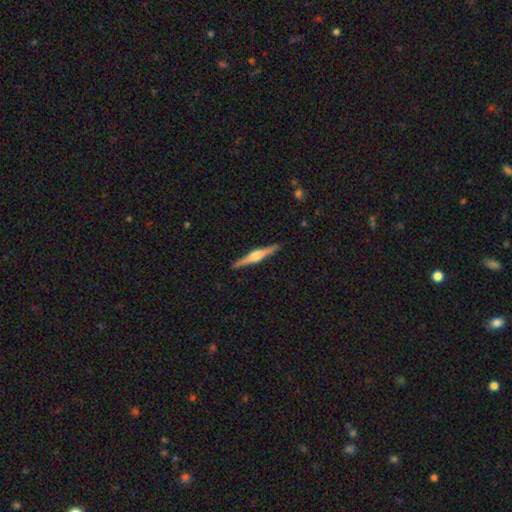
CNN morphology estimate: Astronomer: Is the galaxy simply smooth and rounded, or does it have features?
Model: featured or disk — 77%.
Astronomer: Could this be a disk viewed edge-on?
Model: yes — 98%.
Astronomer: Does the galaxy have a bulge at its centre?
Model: rounded — 85%.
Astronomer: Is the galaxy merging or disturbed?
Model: none — 91%.